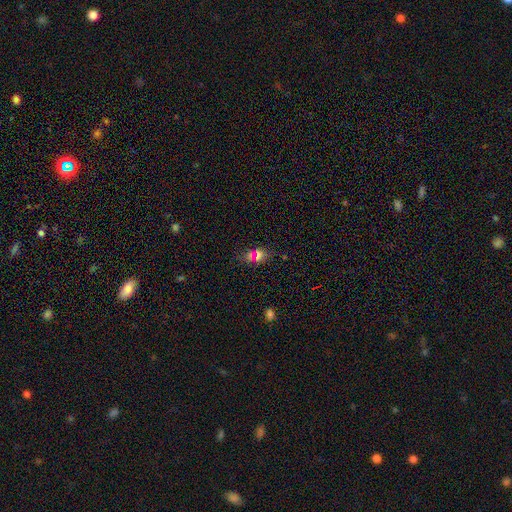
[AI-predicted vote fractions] Q: Smooth or featured?
A: smooth (55%); runner-up: star or artifact (29%)
Q: How rounded?
A: in between (64%); runner-up: round (27%)
Q: Merging?
A: none (68%); runner-up: merger (14%)